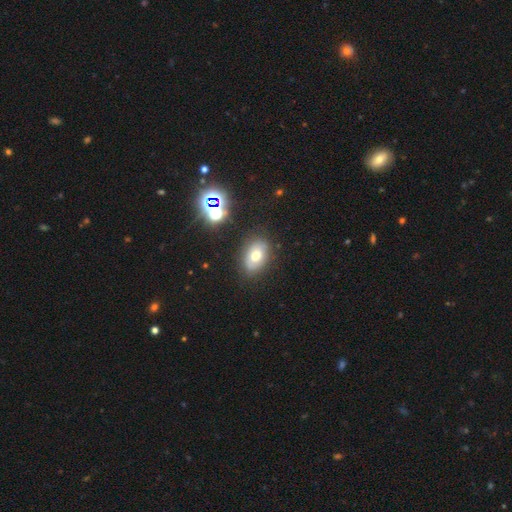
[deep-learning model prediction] smooth-or-featured: smooth: 64% | featured or disk: 22% | star or artifact: 14%
  how-rounded: in between: 82% | round: 17% | cigar-shaped: 1%
  merging: none: 82% | minor disturbance: 13% | major disturbance: 4% | merger: 2%